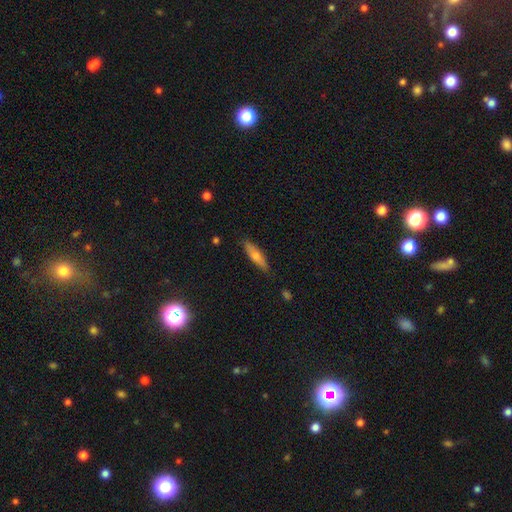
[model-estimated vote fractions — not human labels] Morphology: type=smooth (58%); roundness=cigar-shaped (72%); merging=none (86%).